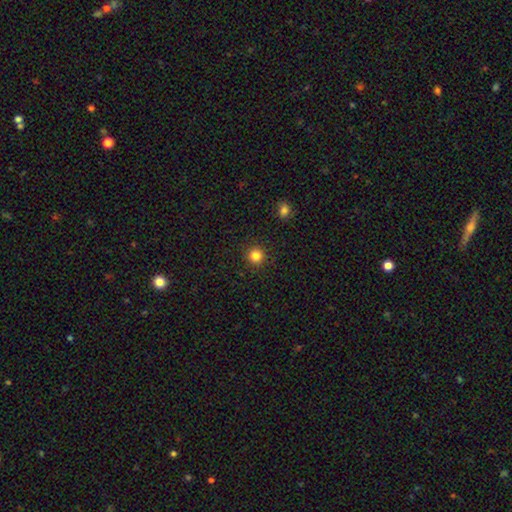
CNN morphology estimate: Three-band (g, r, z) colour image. It shows a smooth galaxy with no disk features (84%) that is round (94%). Merging: none (91%).